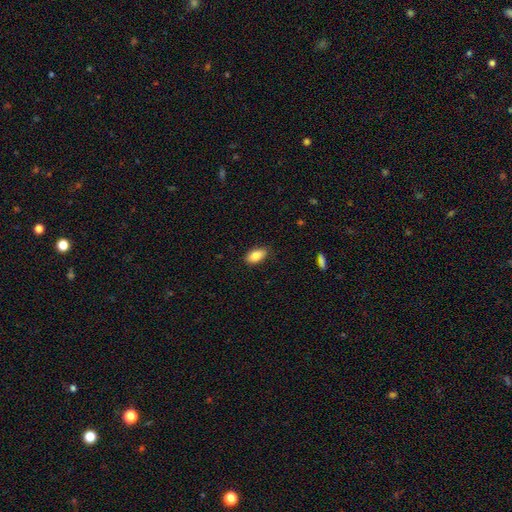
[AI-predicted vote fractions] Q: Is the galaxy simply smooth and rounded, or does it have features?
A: smooth — 85%.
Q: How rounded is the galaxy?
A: in between — 92%.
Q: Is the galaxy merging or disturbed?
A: none — 85%.